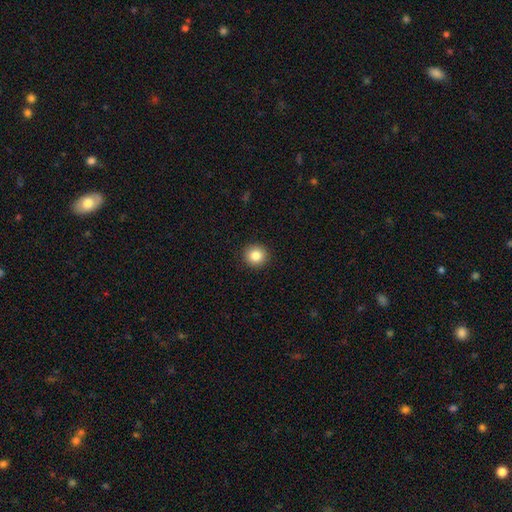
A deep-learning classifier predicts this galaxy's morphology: This is clearly a smooth galaxy (85%). How rounded: clearly round (93%). Merging: clearly none (93%).